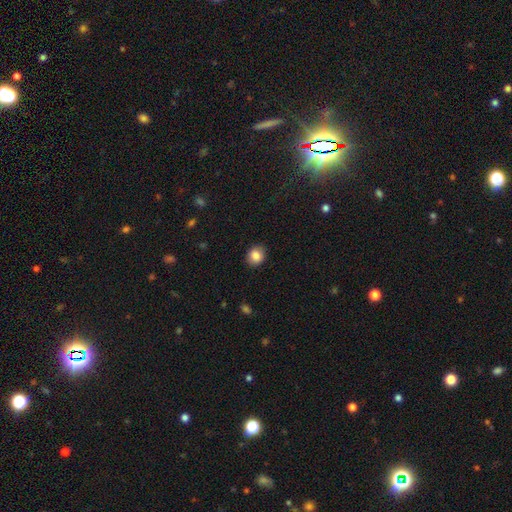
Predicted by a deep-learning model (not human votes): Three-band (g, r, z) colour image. It shows a smooth galaxy with no disk features (85%) that is round (67%). Merging: none (89%).